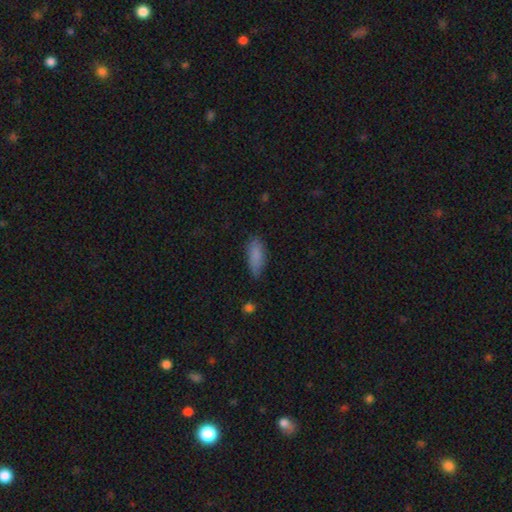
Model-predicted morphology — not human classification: This appears to be a smooth galaxy with no disk features (84%) that is in between round and cigar-shaped (72%). Merging: none (71%).